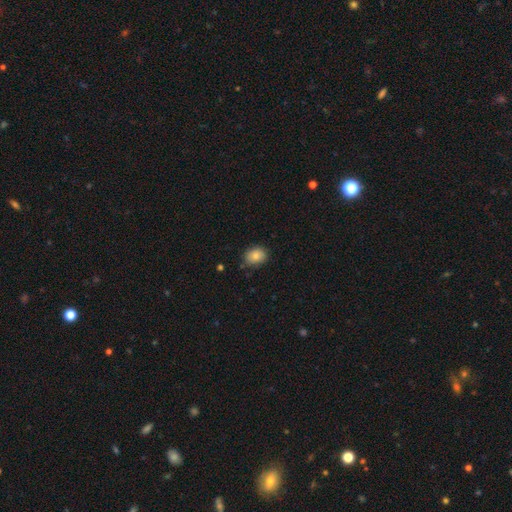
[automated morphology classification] This appears to be a smooth galaxy with no disk features (83%) that is in between round and cigar-shaped (58%). Merging: none (80%).